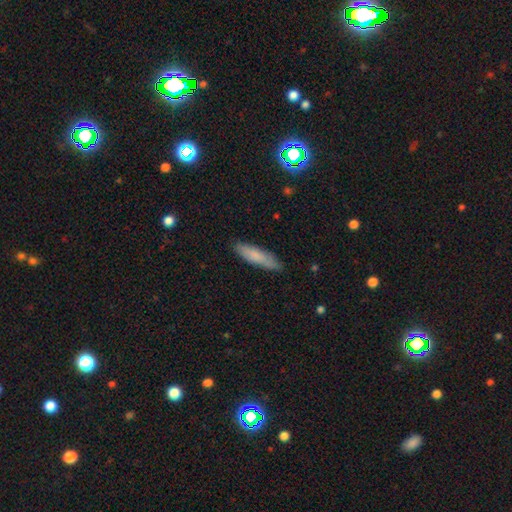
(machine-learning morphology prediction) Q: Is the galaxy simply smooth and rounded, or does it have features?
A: smooth — 77%.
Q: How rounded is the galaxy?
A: cigar-shaped — 72%.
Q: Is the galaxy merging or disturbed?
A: none — 84%.